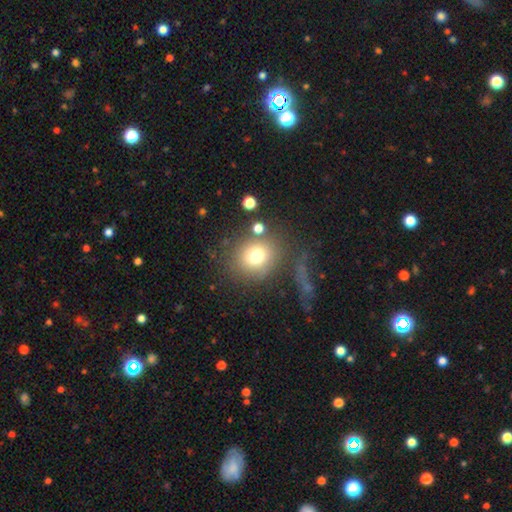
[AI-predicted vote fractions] smooth-or-featured: smooth: 74% | star or artifact: 13% | featured or disk: 12%
  how-rounded: round: 82% | in between: 17% | cigar-shaped: 1%
  merging: none: 67% | minor disturbance: 13% | major disturbance: 11% | merger: 8%